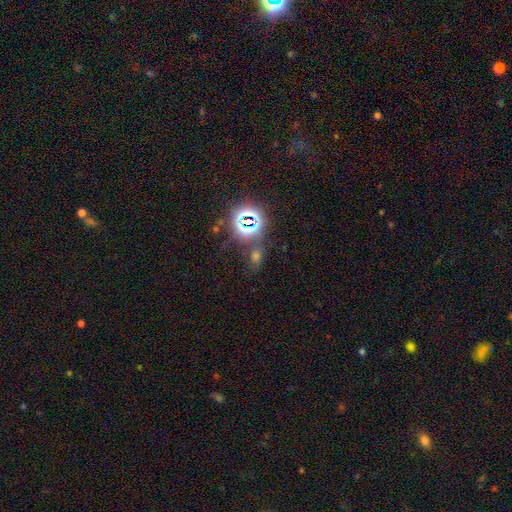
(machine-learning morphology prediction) A star or artifact, not a galaxy (53%).

Vote fractions:
- Smooth or featured? star or artifact: 53% / smooth: 39% / featured or disk: 9%